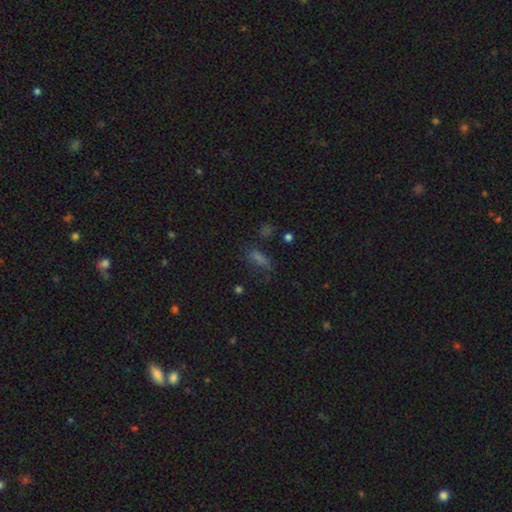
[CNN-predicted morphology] smooth 57%, star or artifact 31%, featured or disk 12%. Down the decision tree: how rounded — in between (67%); merging — none (61%).